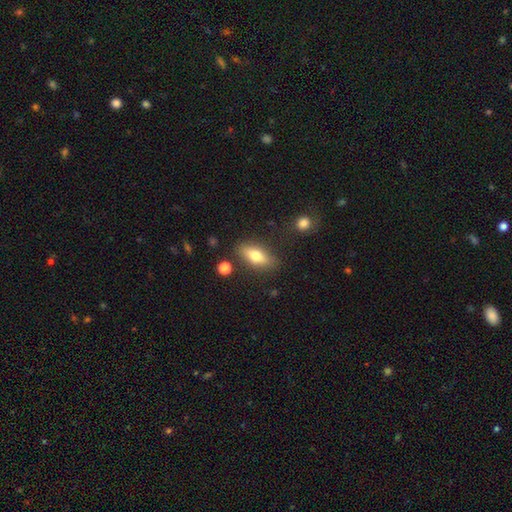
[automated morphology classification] This appears to be a smooth galaxy with no disk features (70%) that is in between round and cigar-shaped (76%). Merging: none (81%).